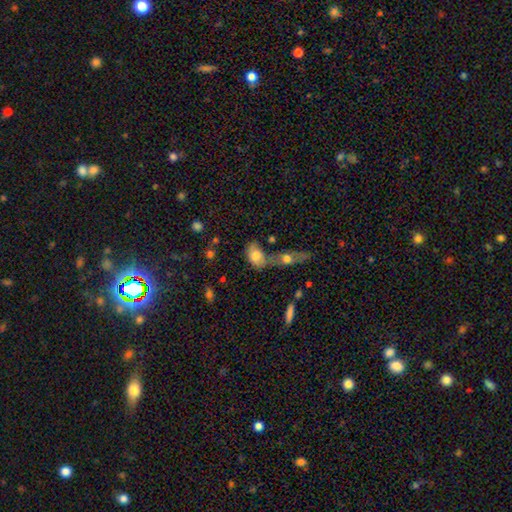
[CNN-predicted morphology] A smooth galaxy with no disk features (75%) that is in between round and cigar-shaped (85%). Merging: merger (43%).